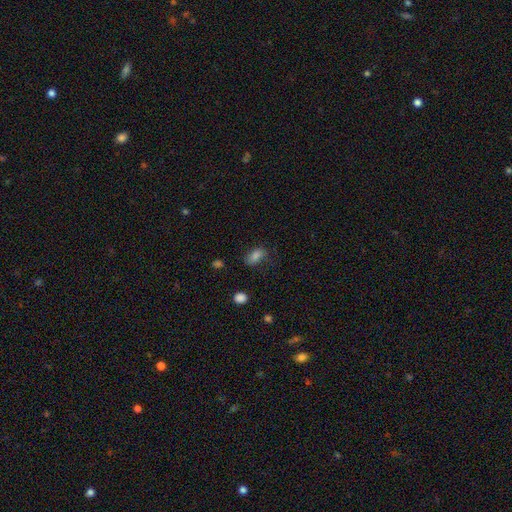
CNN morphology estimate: The model was most divided on "merging": none: 63%, minor disturbance: 25%, major disturbance: 10%, merger: 2%. More confident: how rounded — in between (86%); smooth or featured — smooth (78%).